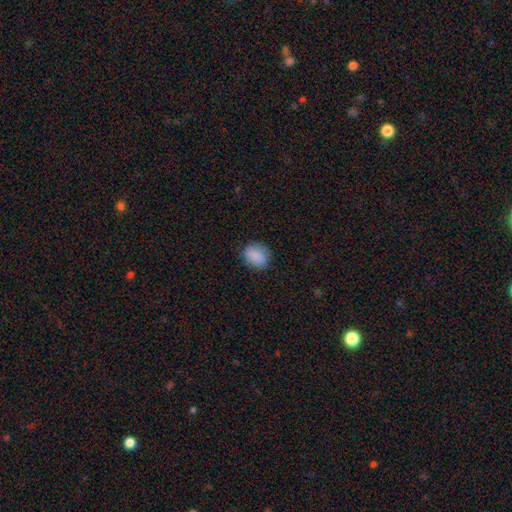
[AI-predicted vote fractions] smooth-or-featured: smooth: 88% | star or artifact: 8% | featured or disk: 5%
  how-rounded: round: 51% | in between: 48% | cigar-shaped: 1%
  merging: none: 82% | minor disturbance: 13% | major disturbance: 3% | merger: 1%